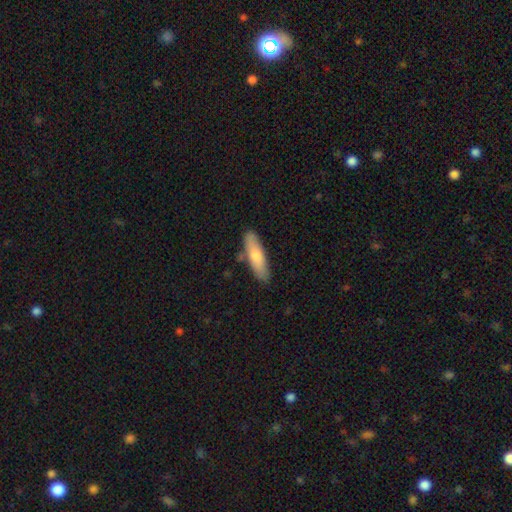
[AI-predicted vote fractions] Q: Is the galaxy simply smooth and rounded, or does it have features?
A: smooth — 68%.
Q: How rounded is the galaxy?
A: cigar-shaped — 65%.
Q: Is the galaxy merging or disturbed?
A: none — 84%.